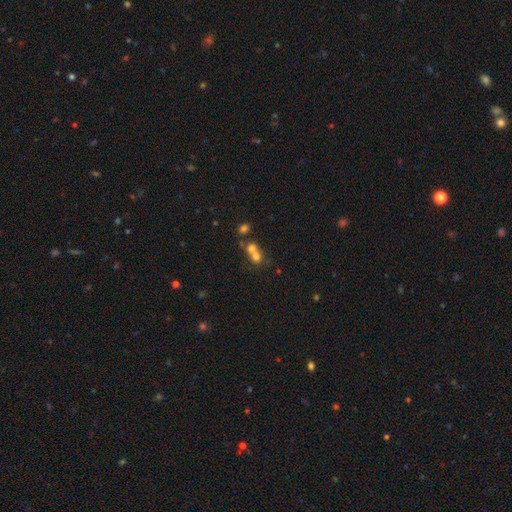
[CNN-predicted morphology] Overall: smooth (65%). How rounded: round (74%). Merging: merger (64%; none 27%).